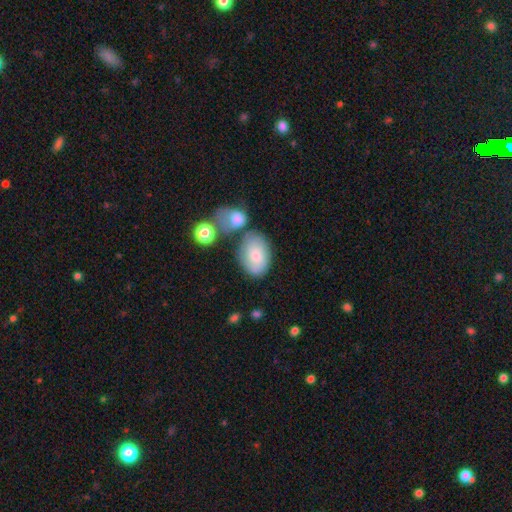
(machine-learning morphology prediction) Smooth or featured?
  - smooth: 63% *
  - featured or disk: 29%
  - star or artifact: 8%
How rounded?
  - in between: 84% *
  - round: 15%
  - cigar-shaped: 1%
Merging?
  - none: 52% *
  - merger: 21%
  - minor disturbance: 19%
  - major disturbance: 8%